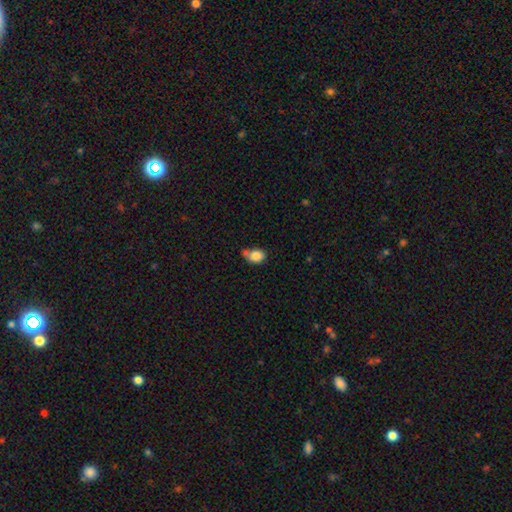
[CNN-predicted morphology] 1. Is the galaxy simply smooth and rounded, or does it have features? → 84% smooth, 9% star or artifact, 7% featured or disk.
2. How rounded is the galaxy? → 53% in between, 46% round, 1% cigar-shaped.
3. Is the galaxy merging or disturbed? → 47% none, 25% merger, 21% minor disturbance, 6% major disturbance.